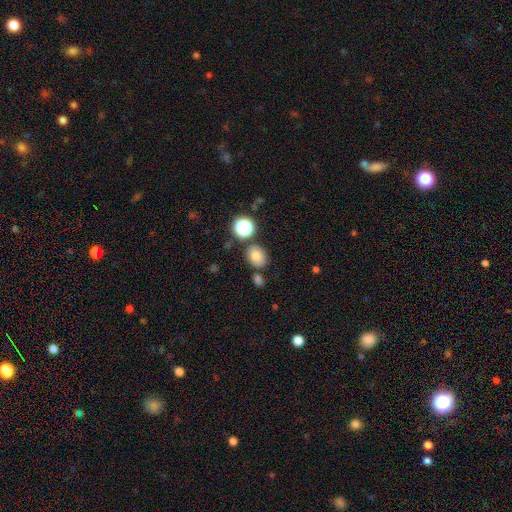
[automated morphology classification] This appears to be a smooth galaxy with no disk features (76%) that is round (58%). Merging: none (76%).